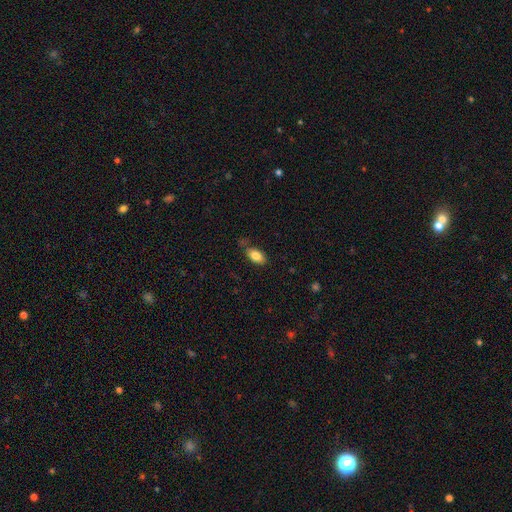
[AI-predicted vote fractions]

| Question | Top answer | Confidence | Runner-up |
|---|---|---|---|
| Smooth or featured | smooth | 83% | featured or disk (9%) |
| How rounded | in between | 92% | cigar-shaped (4%) |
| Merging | none | 74% | minor disturbance (17%) |